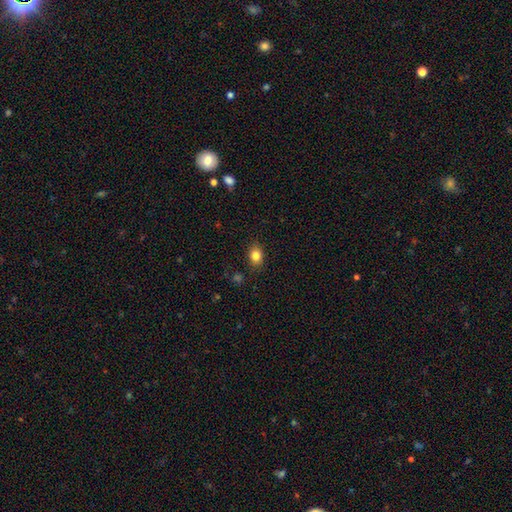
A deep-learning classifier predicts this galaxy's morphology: smooth_or_featured: smooth (p=0.83) [alt: star or artifact p=0.10]
how_rounded: in between (p=0.62) [alt: round p=0.37]
merging: none (p=0.86) [alt: minor disturbance p=0.10]